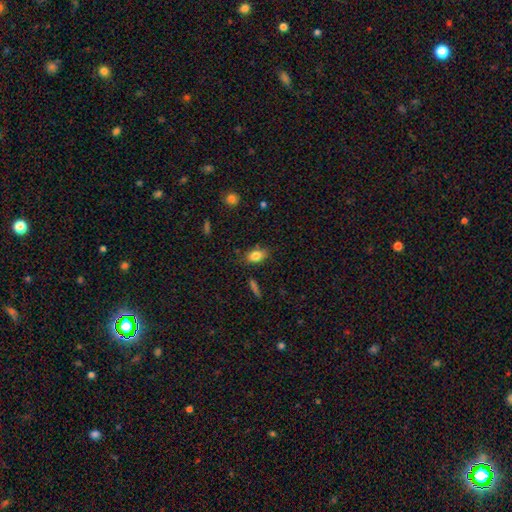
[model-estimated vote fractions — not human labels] This is clearly a smooth galaxy (82%). How rounded: clearly in between (82%). Merging: likely none (76%).